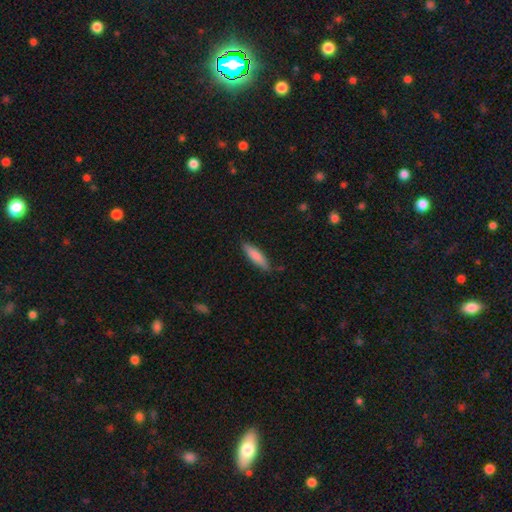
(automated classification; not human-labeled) Q: Smooth or featured?
A: smooth (80%); runner-up: featured or disk (14%)
Q: How rounded?
A: cigar-shaped (78%); runner-up: in between (21%)
Q: Merging?
A: none (82%); runner-up: minor disturbance (14%)